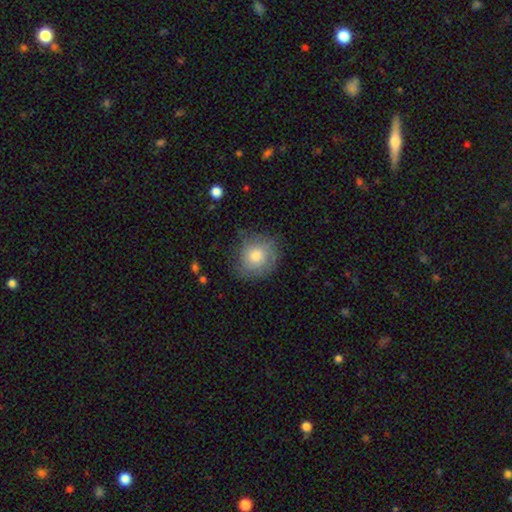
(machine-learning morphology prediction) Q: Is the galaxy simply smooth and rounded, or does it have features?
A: smooth — 71%.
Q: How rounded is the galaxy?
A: round — 83%.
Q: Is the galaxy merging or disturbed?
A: none — 70%.